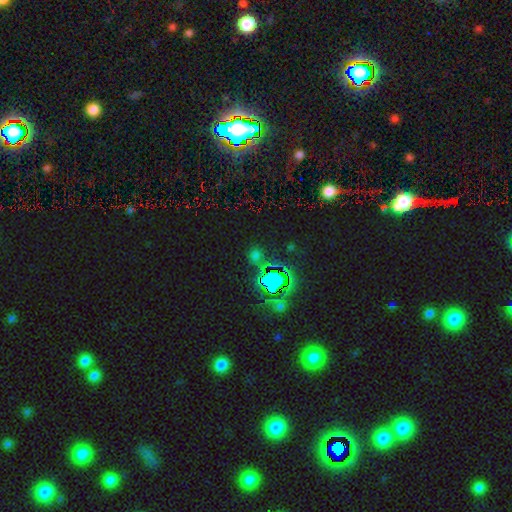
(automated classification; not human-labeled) smooth_or_featured: star or artifact (p=0.59) [alt: smooth p=0.34]